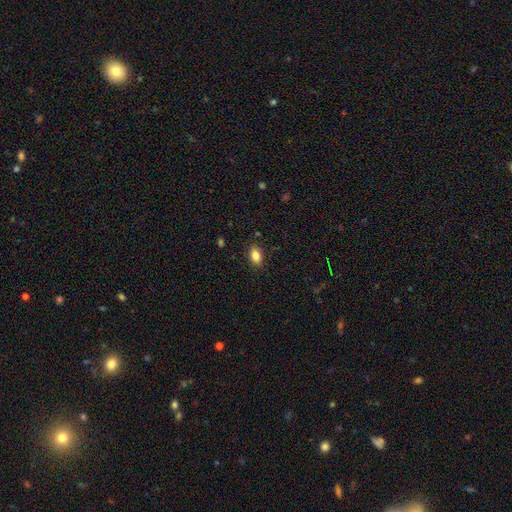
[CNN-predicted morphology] type=smooth (86%); roundness=in between (88%); merging=none (87%).